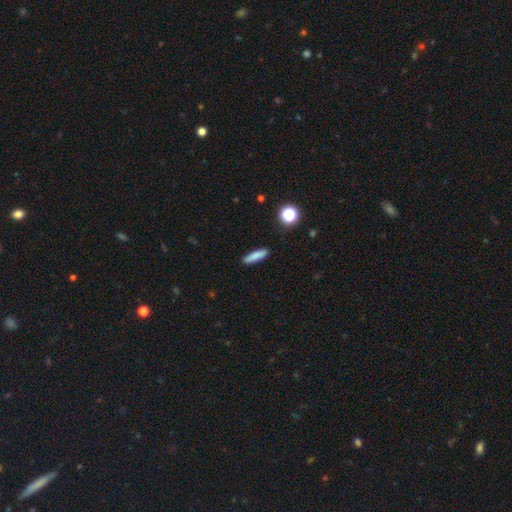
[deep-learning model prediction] Smooth or featured?
  - smooth: 83% *
  - featured or disk: 9%
  - star or artifact: 9%
How rounded?
  - cigar-shaped: 79% *
  - in between: 19%
  - round: 3%
Merging?
  - none: 89% *
  - minor disturbance: 7%
  - major disturbance: 2%
  - merger: 1%